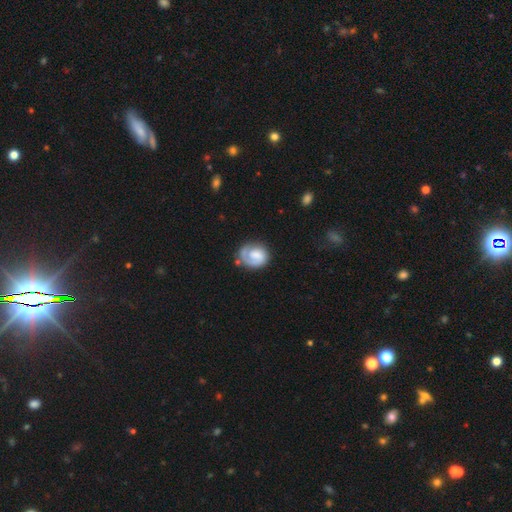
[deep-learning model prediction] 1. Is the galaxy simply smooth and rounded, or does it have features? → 60% featured or disk, 34% smooth, 6% star or artifact.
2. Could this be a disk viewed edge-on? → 98% no, 2% yes.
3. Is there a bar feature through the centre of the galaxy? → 61% no, 31% weak, 7% strong.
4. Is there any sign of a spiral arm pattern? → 87% yes, 13% no.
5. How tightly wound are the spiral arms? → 61% tight, 26% medium, 13% loose.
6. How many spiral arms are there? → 77% 1, 12% 2, 8% can't tell, 2% 3, 1% 4, 1% more than 4.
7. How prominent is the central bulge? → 28% none, 26% moderate, 21% large, 21% small, 4% dominant.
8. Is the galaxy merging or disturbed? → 64% none, 20% minor disturbance, 13% major disturbance, 3% merger.